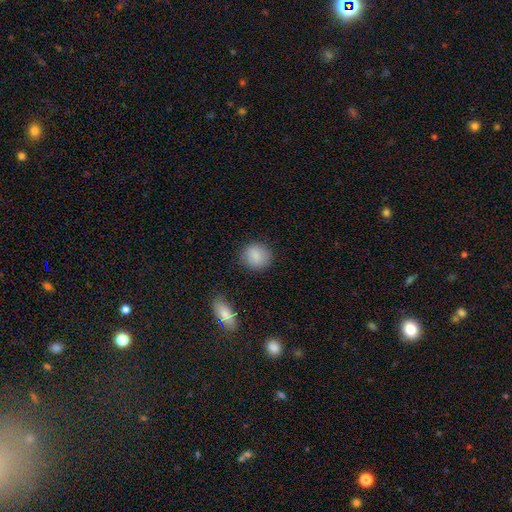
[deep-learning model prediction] Morphology: type=smooth (88%); roundness=round (85%); merging=none (86%).